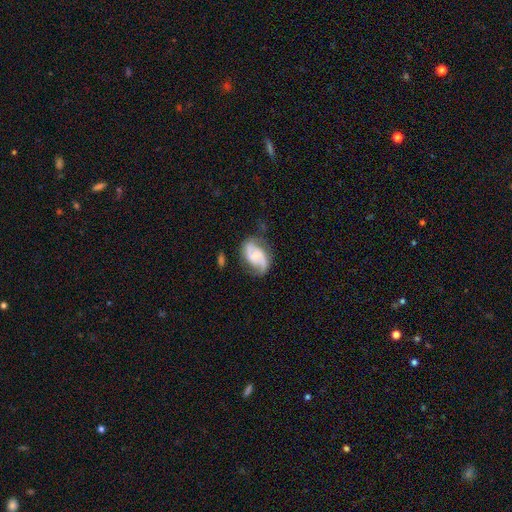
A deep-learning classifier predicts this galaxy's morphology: type=featured or disk (78%); edge-on=no (97%); bar=no (48%); spiral arms=yes (94%); winding=medium (46%); arm count=2 (85%); bulge=small (53%); merging=none (63%).